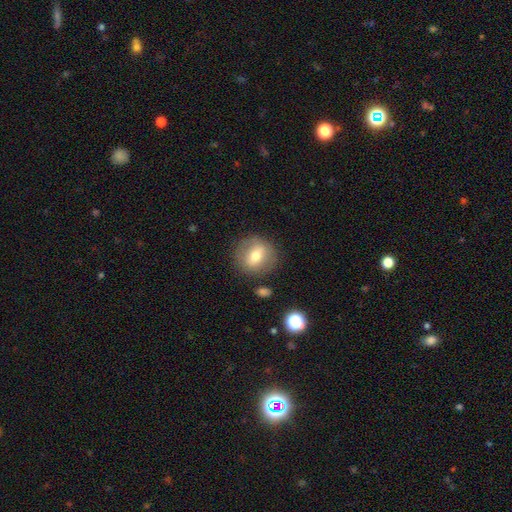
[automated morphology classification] smooth-or-featured: smooth: 62% | featured or disk: 30% | star or artifact: 9%
  how-rounded: round: 81% | in between: 17% | cigar-shaped: 1%
  merging: none: 82% | minor disturbance: 11% | major disturbance: 4% | merger: 3%